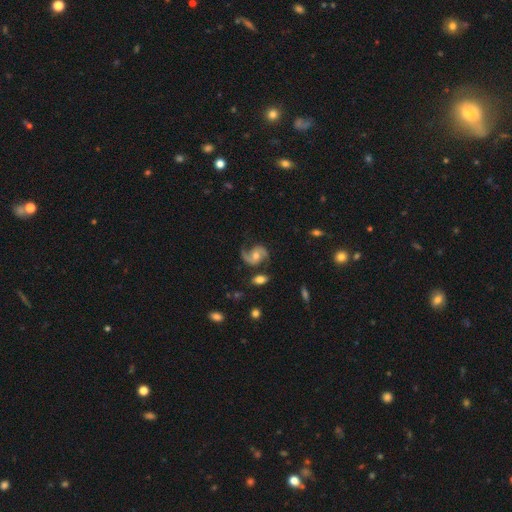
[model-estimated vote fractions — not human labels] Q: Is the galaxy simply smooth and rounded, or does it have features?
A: featured or disk — 87%.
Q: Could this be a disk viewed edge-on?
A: no — 98%.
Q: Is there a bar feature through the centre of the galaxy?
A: no — 57%.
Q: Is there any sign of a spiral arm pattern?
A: yes — 97%.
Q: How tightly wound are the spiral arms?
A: medium — 51%.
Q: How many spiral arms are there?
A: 2 — 89%.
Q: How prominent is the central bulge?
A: moderate — 64%.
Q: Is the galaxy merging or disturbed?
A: none — 70%.